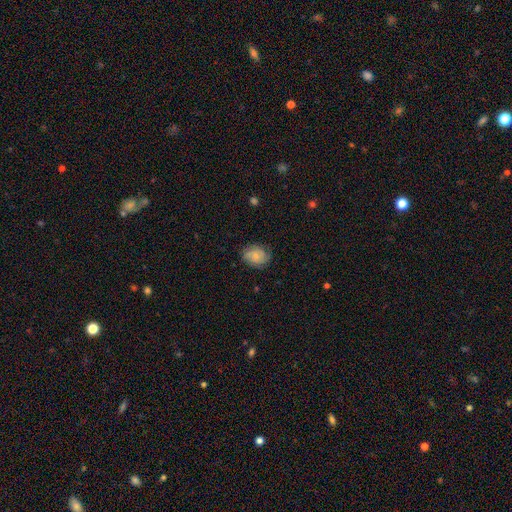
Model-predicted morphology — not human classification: Smooth or featured: smooth — 56% (featured or disk — 36%)
How rounded: in between — 63% (round — 36%)
Merging: none — 76% (minor disturbance — 19%)